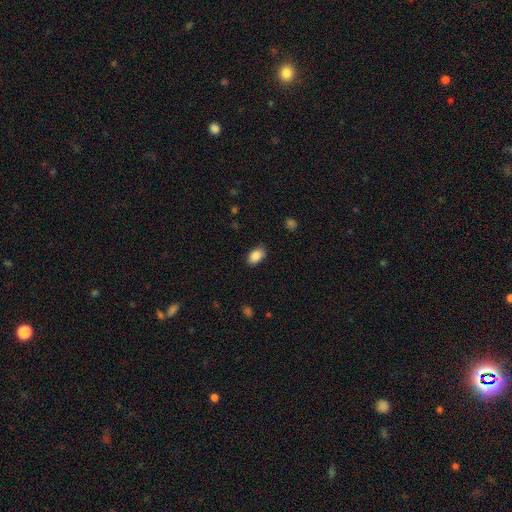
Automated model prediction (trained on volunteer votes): smooth_or_featured: smooth (p=0.86) [alt: star or artifact p=0.08]
how_rounded: in between (p=0.89) [alt: round p=0.10]
merging: none (p=0.85) [alt: minor disturbance p=0.11]